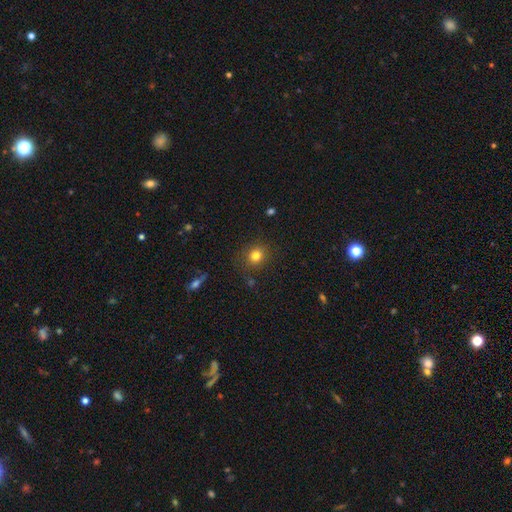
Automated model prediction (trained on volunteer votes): Overall: smooth (81%). How rounded: round (81%). Merging: none (85%).